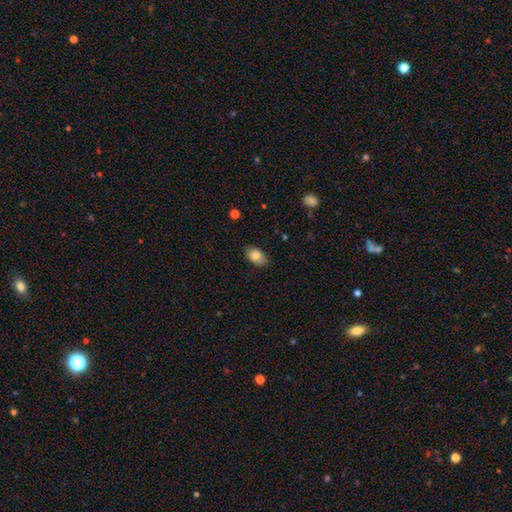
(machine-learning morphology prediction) Smooth or featured: smooth — 83% (featured or disk — 10%)
How rounded: in between — 89% (round — 10%)
Merging: none — 84% (minor disturbance — 12%)